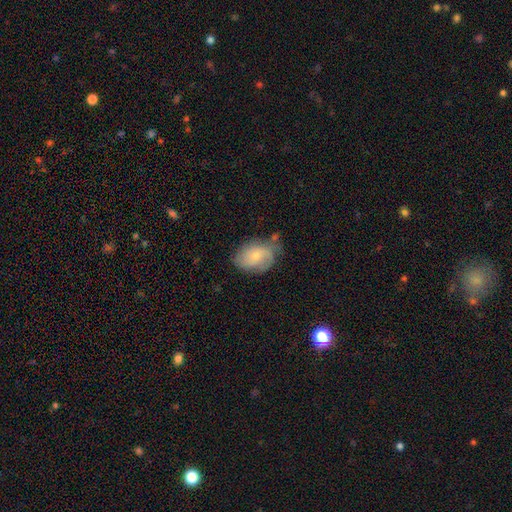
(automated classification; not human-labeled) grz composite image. It shows a smooth galaxy with no disk features (58%) that is in between round and cigar-shaped (80%). Merging: none (53%).